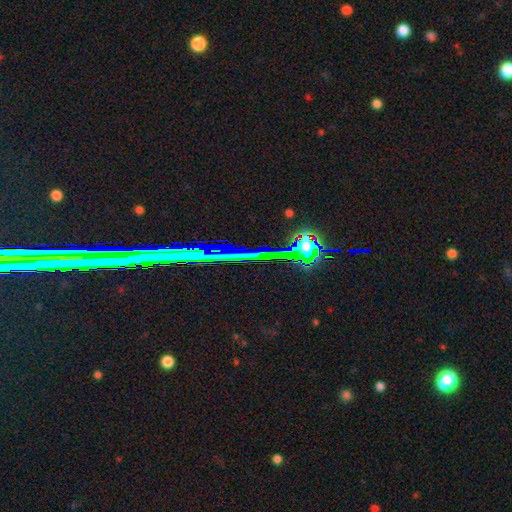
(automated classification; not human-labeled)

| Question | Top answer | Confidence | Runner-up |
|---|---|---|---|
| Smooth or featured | star or artifact | 78% | featured or disk (13%) |